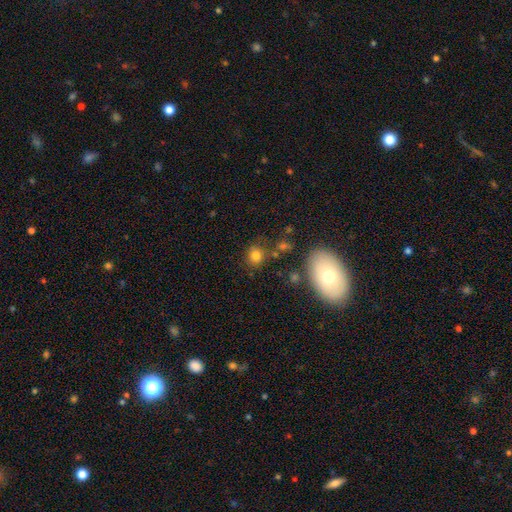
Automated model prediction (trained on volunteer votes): smooth-or-featured: smooth: 79% | star or artifact: 14% | featured or disk: 8%
  how-rounded: round: 77% | in between: 21% | cigar-shaped: 1%
  merging: none: 77% | minor disturbance: 12% | merger: 6% | major disturbance: 4%